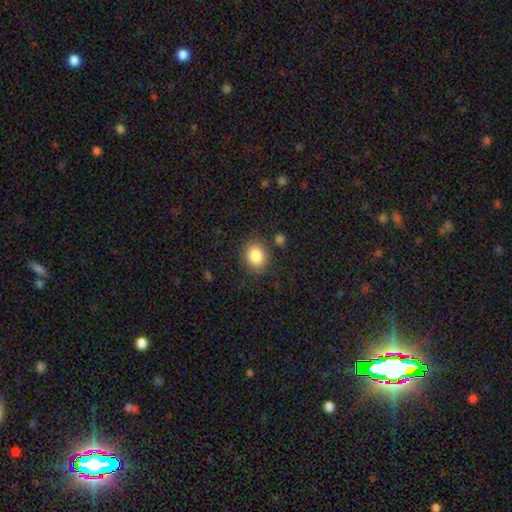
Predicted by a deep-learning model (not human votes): Smooth or featured? smooth (85%)
How rounded? round (60%)
Merging? none (83%)